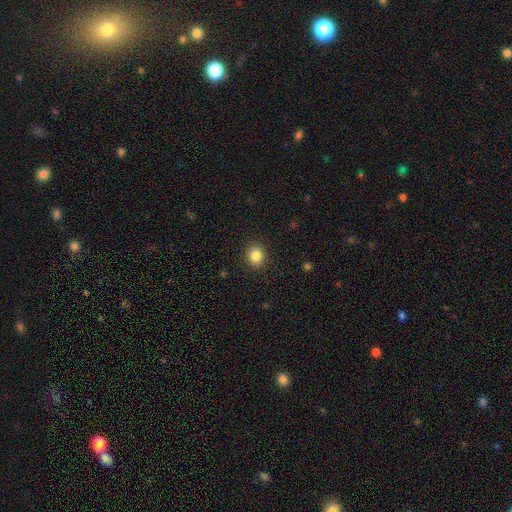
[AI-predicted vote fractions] smooth 85%, star or artifact 11%, featured or disk 4%. Down the decision tree: how rounded — round (74%); merging — none (90%).